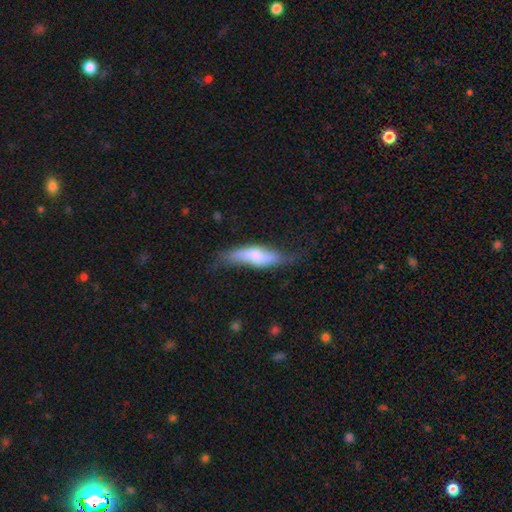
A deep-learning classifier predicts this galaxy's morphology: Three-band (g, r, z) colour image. It shows a smooth galaxy with no disk features (54%) that is cigar-shaped (59%). Merging: none (52%).